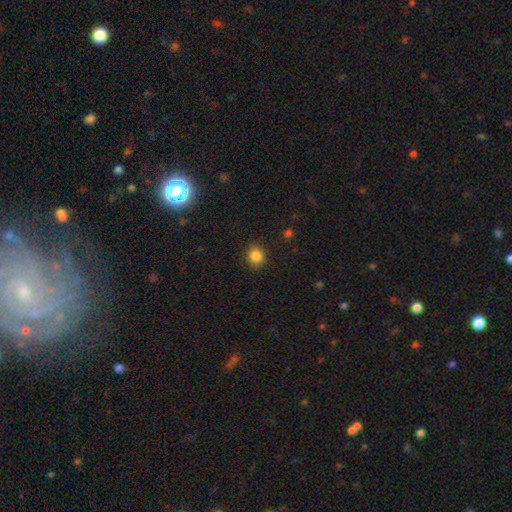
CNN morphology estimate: Q: Smooth or featured?
A: smooth (84%); runner-up: star or artifact (11%)
Q: How rounded?
A: round (76%); runner-up: in between (23%)
Q: Merging?
A: none (85%); runner-up: minor disturbance (11%)